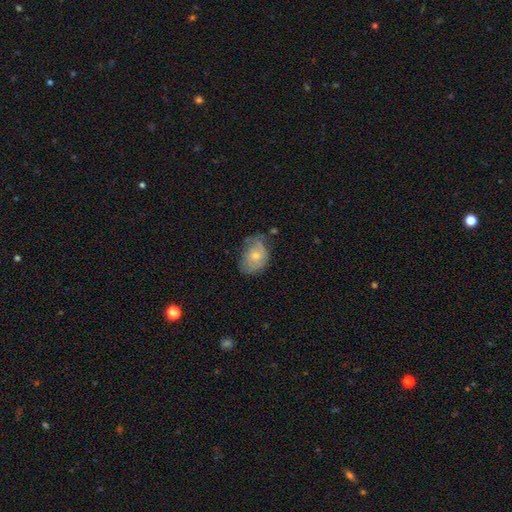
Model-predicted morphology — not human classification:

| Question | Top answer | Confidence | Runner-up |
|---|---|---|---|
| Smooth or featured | smooth | 52% | featured or disk (41%) |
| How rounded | in between | 74% | round (25%) |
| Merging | none | 46% | minor disturbance (36%) |